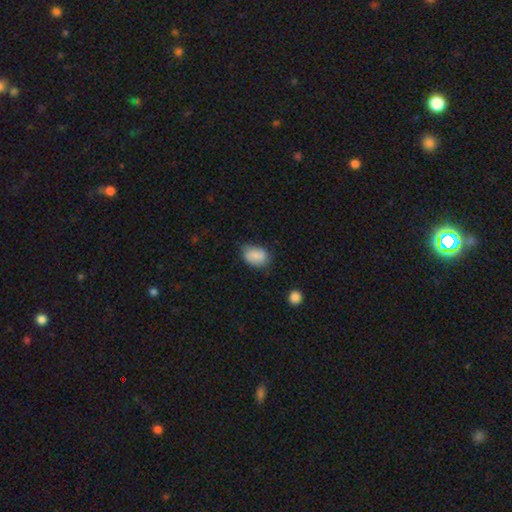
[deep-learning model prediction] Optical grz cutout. It shows a smooth galaxy with no disk features (83%) that is in between round and cigar-shaped (79%). Merging: none (67%).